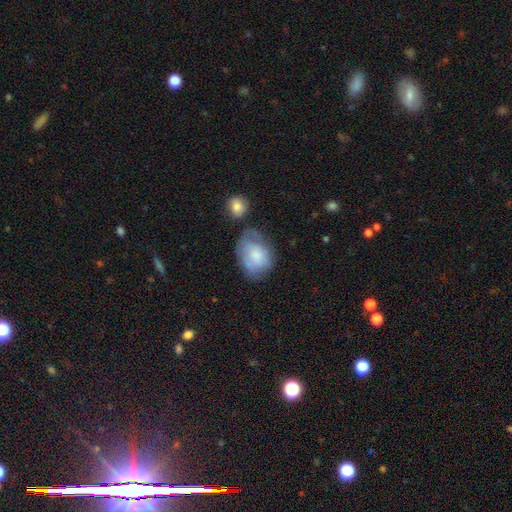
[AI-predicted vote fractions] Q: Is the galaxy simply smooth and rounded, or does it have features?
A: smooth — 67%.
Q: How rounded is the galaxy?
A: in between — 69%.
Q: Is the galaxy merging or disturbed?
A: none — 45%.